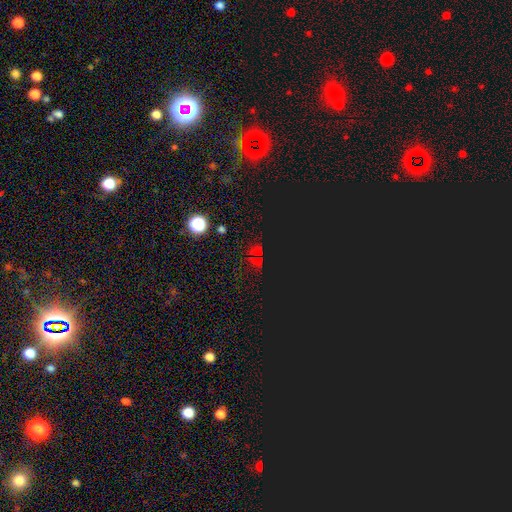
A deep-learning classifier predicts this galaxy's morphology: A star or artifact, not a galaxy (73%).

Vote fractions:
- Smooth or featured? star or artifact: 73% / smooth: 20% / featured or disk: 7%